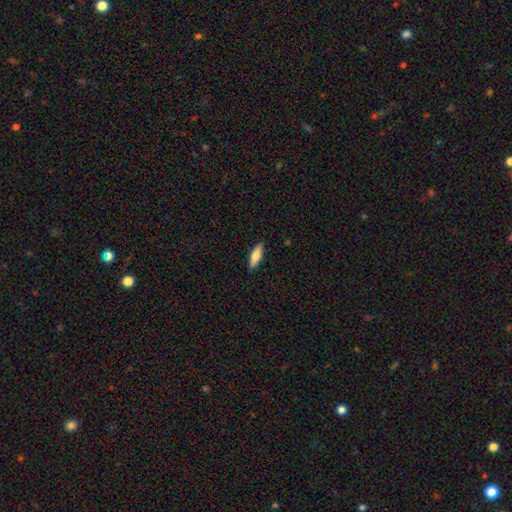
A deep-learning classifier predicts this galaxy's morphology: smooth_or_featured: smooth (p=0.71) [alt: featured or disk p=0.23]
how_rounded: cigar-shaped (p=0.50) [alt: in between p=0.48]
merging: none (p=0.88) [alt: minor disturbance p=0.09]